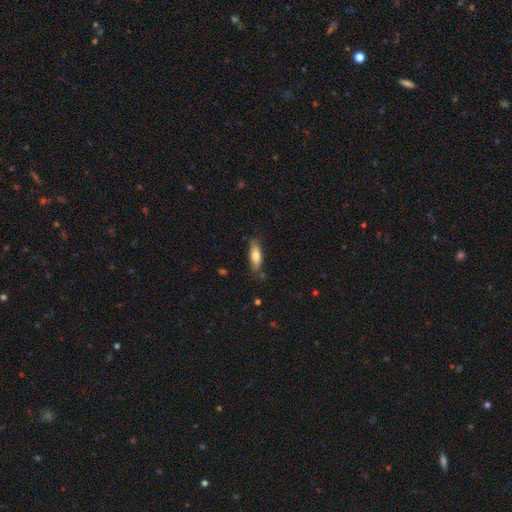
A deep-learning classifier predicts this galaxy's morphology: Smooth or featured? smooth (77%)
How rounded? in between (56%)
Merging? none (78%)